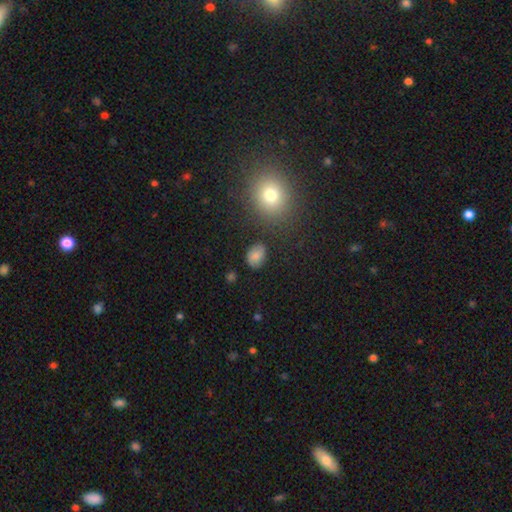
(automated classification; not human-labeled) Smooth or featured?
  - smooth: 81% *
  - star or artifact: 11%
  - featured or disk: 9%
How rounded?
  - in between: 69% *
  - round: 29%
  - cigar-shaped: 1%
Merging?
  - none: 80% *
  - minor disturbance: 14%
  - major disturbance: 4%
  - merger: 3%